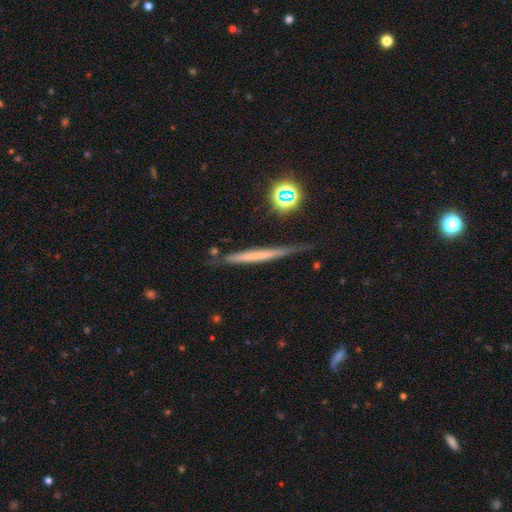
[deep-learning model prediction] Smooth or featured? Predicted: smooth (p=0.47). Merging? Predicted: none (p=0.72).